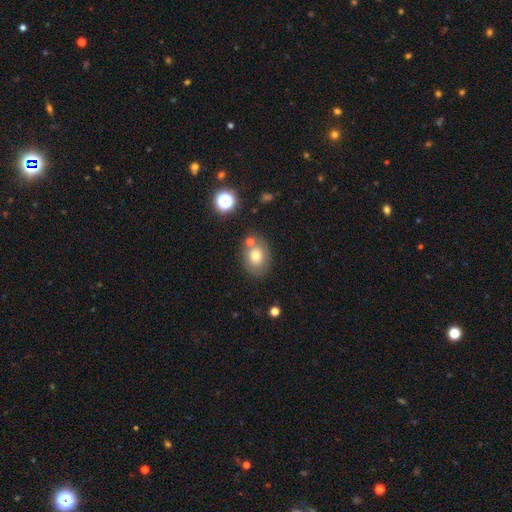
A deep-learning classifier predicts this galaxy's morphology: Smooth or featured? smooth (73%)
How rounded? in between (57%)
Merging? none (68%)